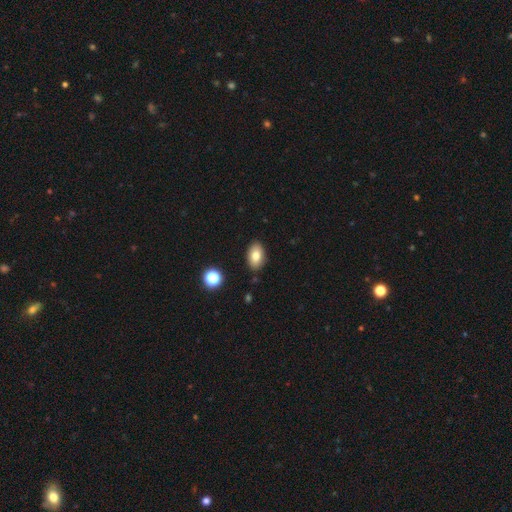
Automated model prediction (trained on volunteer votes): smooth_or_featured: smooth (p=0.81) [alt: featured or disk p=0.10]
how_rounded: in between (p=0.91) [alt: round p=0.08]
merging: none (p=0.87) [alt: minor disturbance p=0.09]